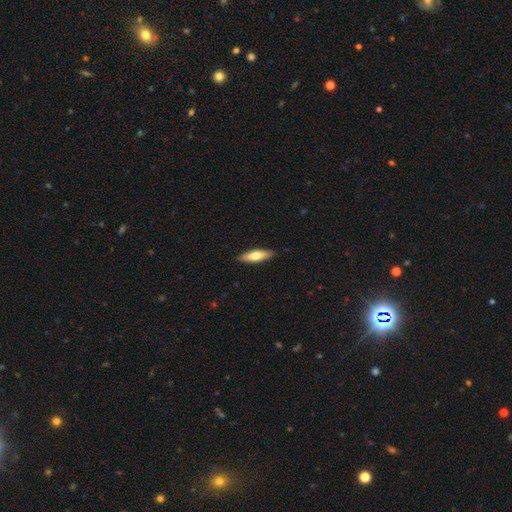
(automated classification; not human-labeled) Smooth or featured: smooth — 68% (featured or disk — 27%)
How rounded: cigar-shaped — 62% (in between — 36%)
Merging: none — 90% (minor disturbance — 8%)